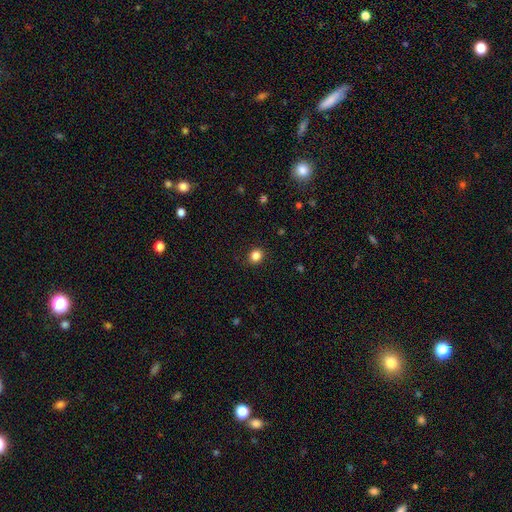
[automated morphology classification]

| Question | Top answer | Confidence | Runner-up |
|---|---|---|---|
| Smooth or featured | smooth | 85% | star or artifact (11%) |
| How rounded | round | 79% | in between (20%) |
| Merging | none | 90% | minor disturbance (7%) |